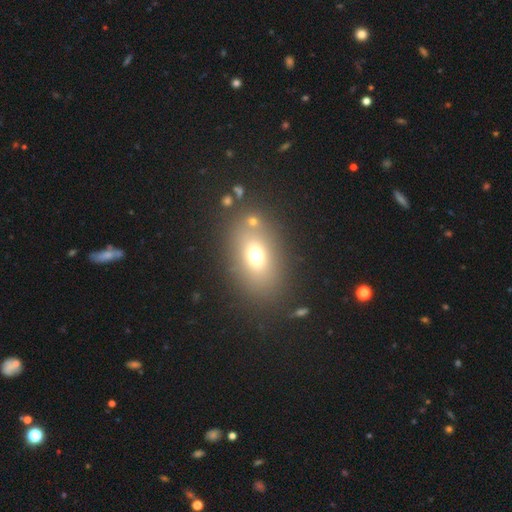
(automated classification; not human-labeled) A smooth galaxy with no disk features (68%) that is in between round and cigar-shaped (73%).

Vote fractions:
- Smooth or featured? smooth: 68% / star or artifact: 16% / featured or disk: 15%
- How rounded? in between: 73% / round: 24% / cigar-shaped: 2%
- Merging? none: 77% / minor disturbance: 10% / merger: 8% / major disturbance: 6%